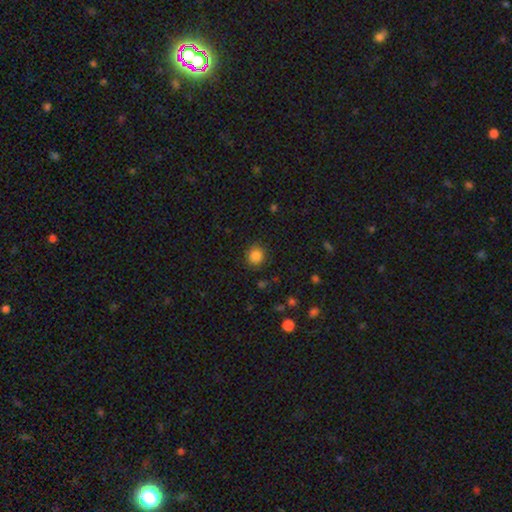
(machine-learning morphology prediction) smooth 85%, star or artifact 11%, featured or disk 4%. Down the decision tree: how rounded — round (88%); merging — none (88%).